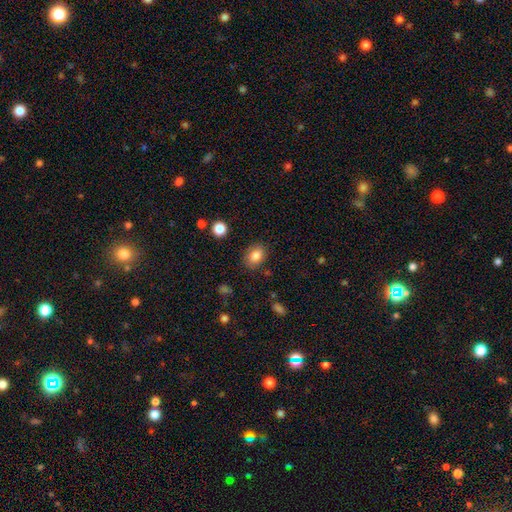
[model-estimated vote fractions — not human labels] This appears to be a smooth galaxy with no disk features (85%) that is in between round and cigar-shaped (69%). Merging: none (82%).